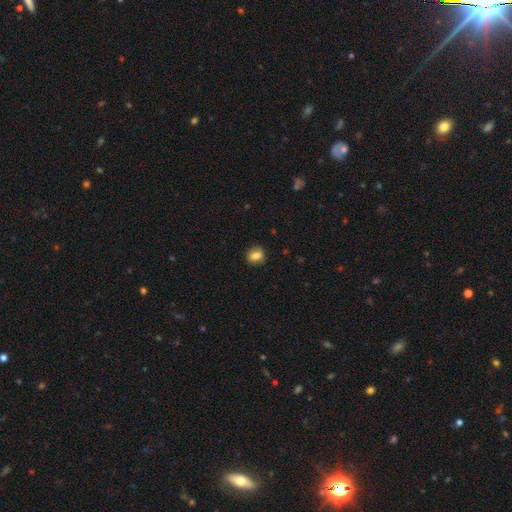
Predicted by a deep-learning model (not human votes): smooth-or-featured: smooth: 81% | featured or disk: 10% | star or artifact: 9%
  how-rounded: round: 59% | in between: 39% | cigar-shaped: 2%
  merging: none: 87% | minor disturbance: 9% | major disturbance: 2% | merger: 1%